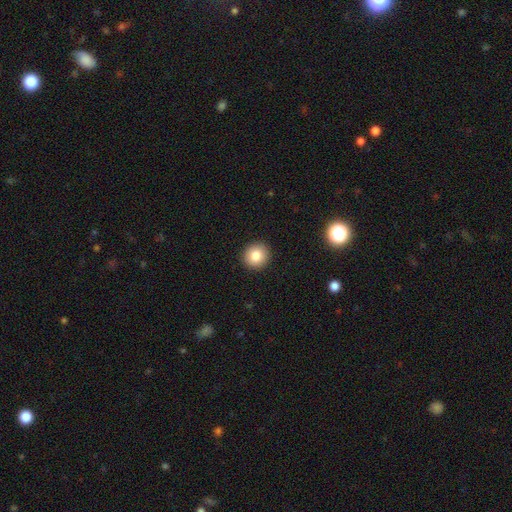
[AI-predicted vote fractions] The model was most divided on "smooth or featured": smooth: 82%, star or artifact: 10%, featured or disk: 8%. More confident: merging — none (93%); how rounded — round (93%).